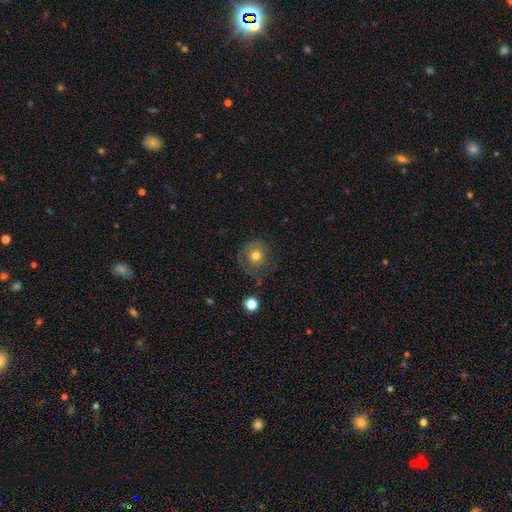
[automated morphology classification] Q: Smooth or featured?
A: smooth (67%); runner-up: featured or disk (22%)
Q: How rounded?
A: round (89%); runner-up: in between (10%)
Q: Merging?
A: none (62%); runner-up: minor disturbance (22%)